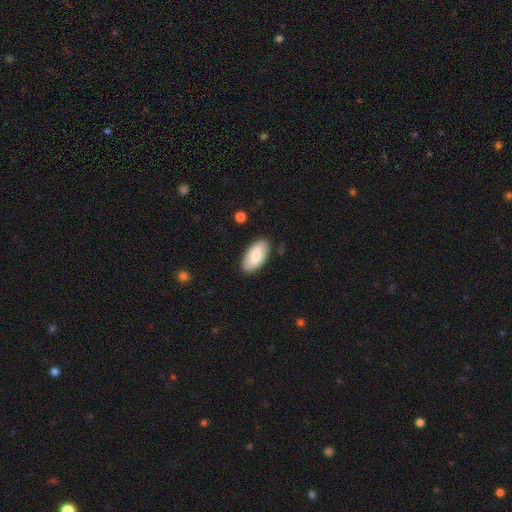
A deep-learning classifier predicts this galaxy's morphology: Smooth or featured? smooth (79%)
How rounded? in between (93%)
Merging? none (85%)